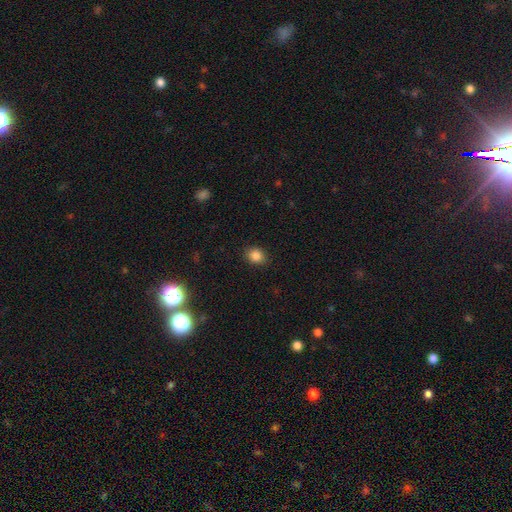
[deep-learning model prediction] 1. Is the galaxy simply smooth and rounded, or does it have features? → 84% smooth, 11% star or artifact, 5% featured or disk.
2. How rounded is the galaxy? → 57% round, 42% in between, 1% cigar-shaped.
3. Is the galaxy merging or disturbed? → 88% none, 8% minor disturbance, 2% major disturbance, 1% merger.